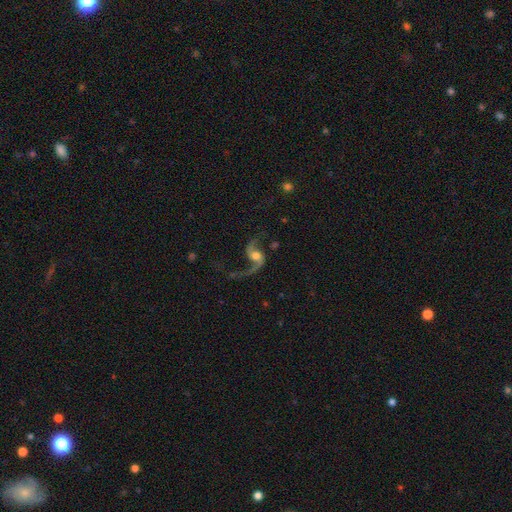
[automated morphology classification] The model was most divided on "bar": no: 55%, weak: 32%, strong: 13%. More confident: edge-on disk — no (97%); spiral arms — yes (97%); spiral arm count — 2 (92%); smooth or featured — featured or disk (90%); spiral winding — loose (83%); merging — none (67%); bulge size — moderate (61%).